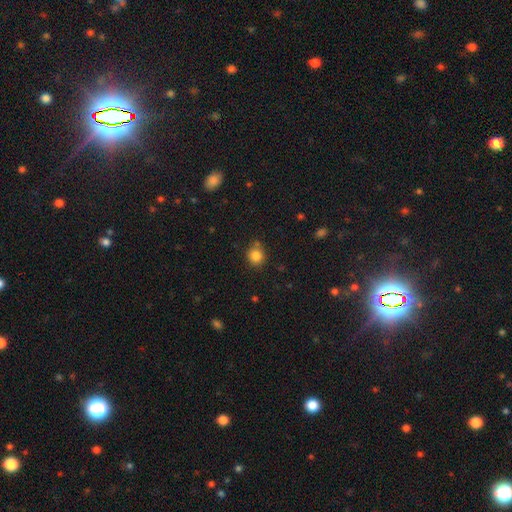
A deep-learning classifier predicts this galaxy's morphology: Smooth or featured?
  - smooth: 83% *
  - star or artifact: 11%
  - featured or disk: 5%
How rounded?
  - round: 84% *
  - in between: 15%
  - cigar-shaped: 1%
Merging?
  - none: 76% *
  - minor disturbance: 13%
  - merger: 7%
  - major disturbance: 3%